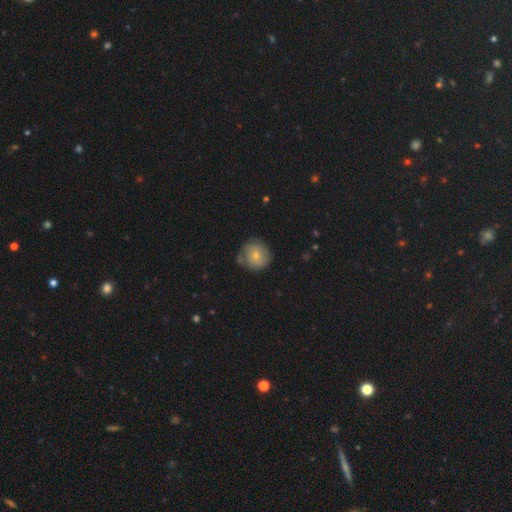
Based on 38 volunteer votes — Smooth or featured? smooth (55%)
How rounded? round (95%)
Merging? none (46%)